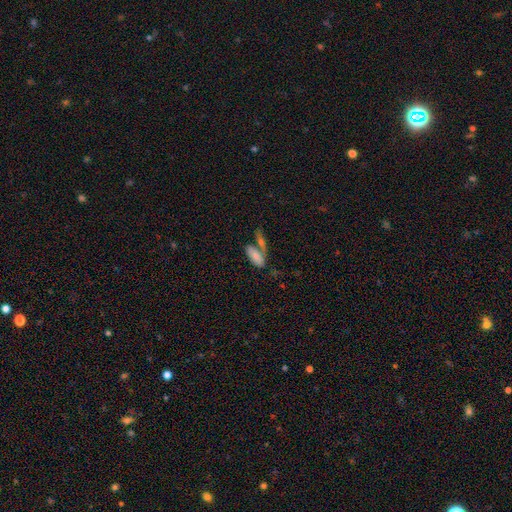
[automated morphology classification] This is likely a smooth galaxy (74%). How rounded: clearly in between (85%). Merging: possibly merger (45%).